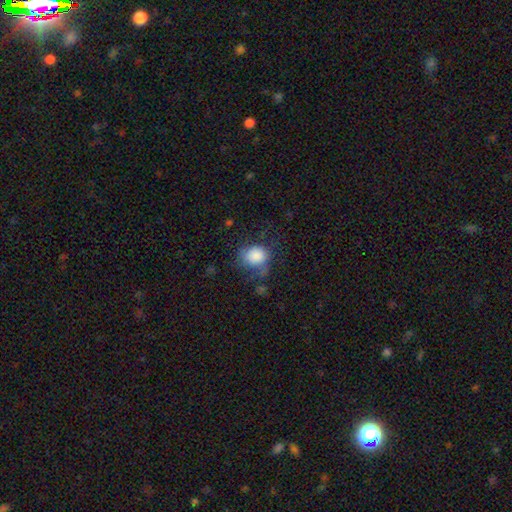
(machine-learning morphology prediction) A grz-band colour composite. It shows a smooth galaxy with no disk features (74%) that is round (63%). Merging: none (43%).